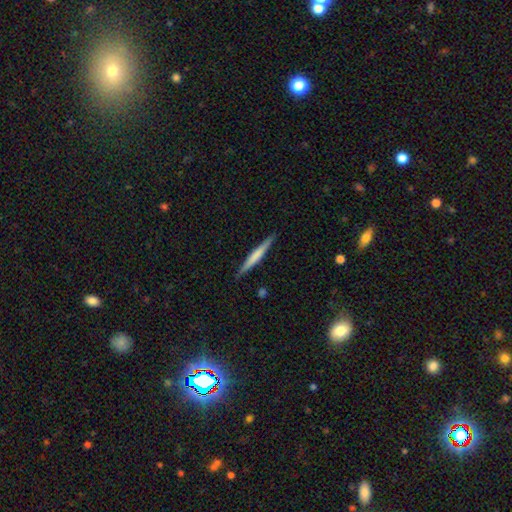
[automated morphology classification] Smooth or featured? smooth (52%)
How rounded? cigar-shaped (96%)
Merging? none (90%)